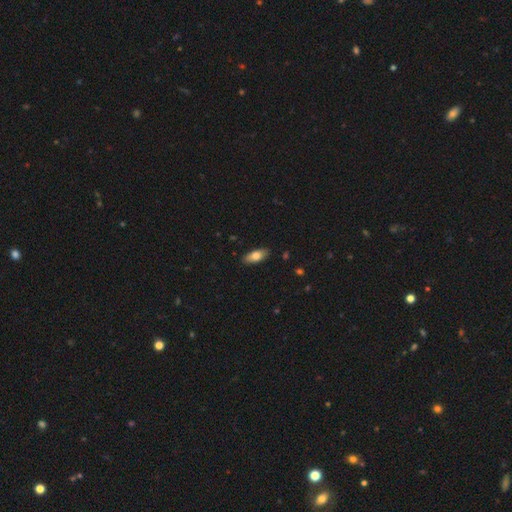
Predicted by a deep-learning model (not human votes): A smooth galaxy with no disk features (78%) that is in between round and cigar-shaped (82%). Merging: none (88%).